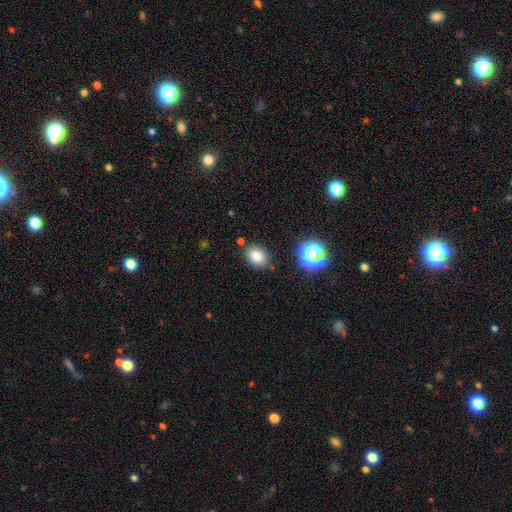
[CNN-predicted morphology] smooth 79%, star or artifact 14%, featured or disk 7%. Down the decision tree: how rounded — in between (56%); merging — none (80%).